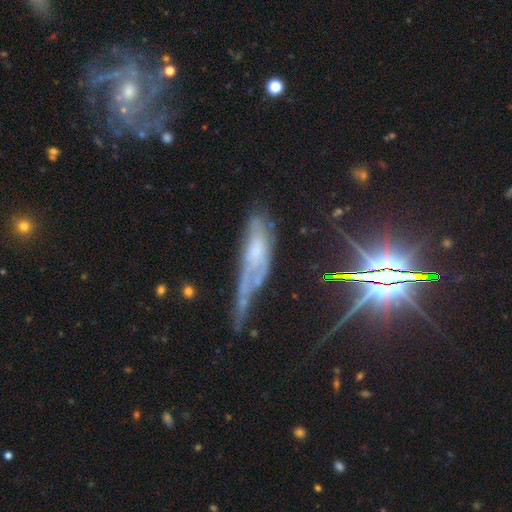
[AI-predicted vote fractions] Morphology: type=featured or disk (54%); edge-on=no (55%); merging=minor disturbance (33%).